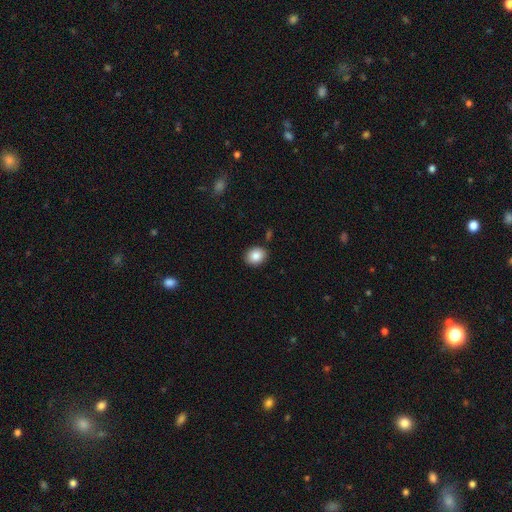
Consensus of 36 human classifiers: This appears to be a smooth galaxy with no disk features (94%) that is round (53%). Merging: none (79%).